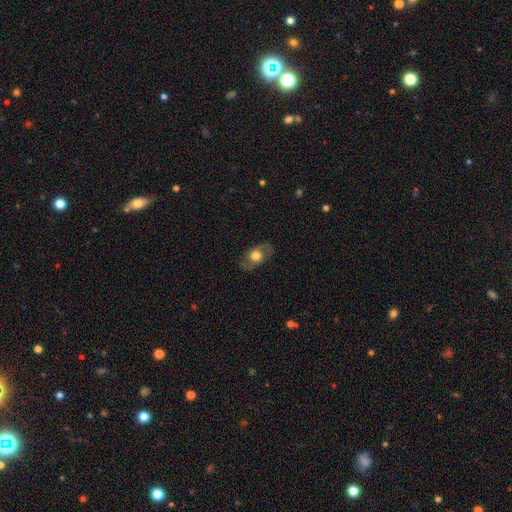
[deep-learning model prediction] A smooth galaxy with no disk features (47%).

Vote fractions:
- Smooth or featured? smooth: 47% / featured or disk: 45% / star or artifact: 7%
- Merging? none: 77% / minor disturbance: 16% / major disturbance: 6% / merger: 1%